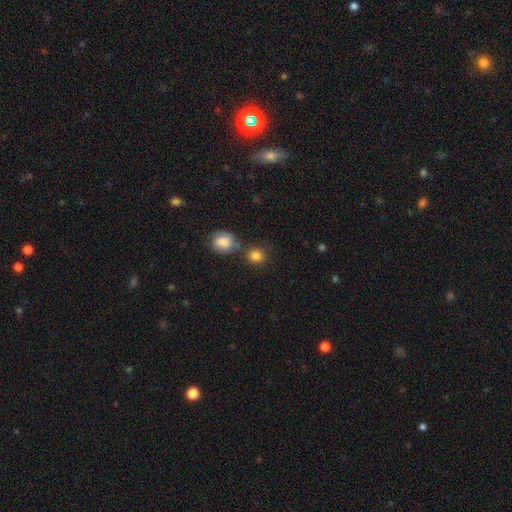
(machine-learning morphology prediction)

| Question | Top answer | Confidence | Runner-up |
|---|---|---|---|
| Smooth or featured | smooth | 84% | star or artifact (9%) |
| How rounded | round | 81% | in between (17%) |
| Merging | none | 68% | merger (16%) |